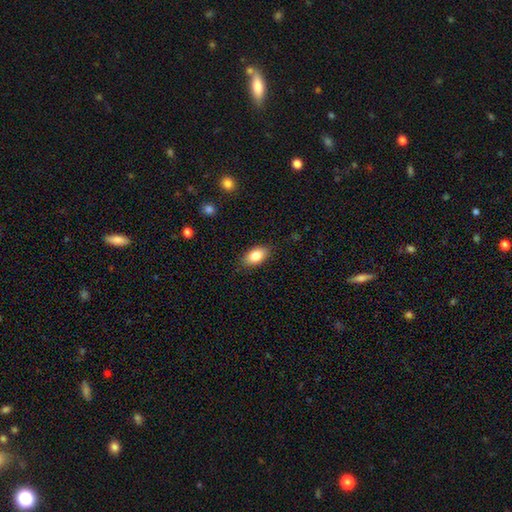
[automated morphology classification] smooth_or_featured: smooth (p=0.82) [alt: featured or disk p=0.10]
how_rounded: in between (p=0.91) [alt: round p=0.06]
merging: none (p=0.87) [alt: minor disturbance p=0.10]